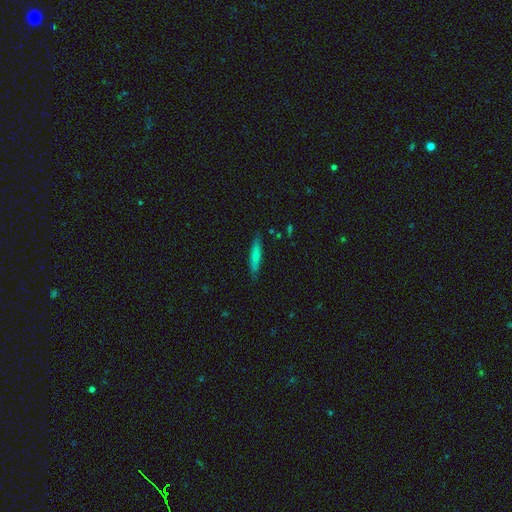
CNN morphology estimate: smooth 71%, featured or disk 23%, star or artifact 6%. Down the decision tree: how rounded — cigar-shaped (88%); merging — none (84%).